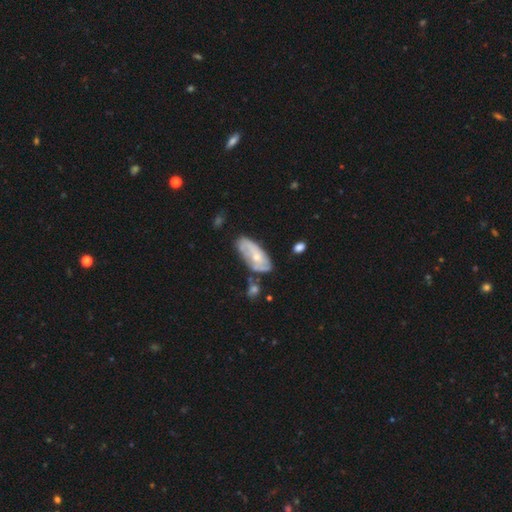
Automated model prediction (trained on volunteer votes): Q: Smooth or featured?
A: featured or disk (57%); runner-up: smooth (36%)
Q: Edge-on disk?
A: no (90%); runner-up: yes (10%)
Q: Bar?
A: no (76%); runner-up: weak (20%)
Q: Spiral arms?
A: yes (68%); runner-up: no (32%)
Q: Bulge size?
A: small (59%); runner-up: moderate (36%)
Q: Merging?
A: none (52%); runner-up: minor disturbance (28%)